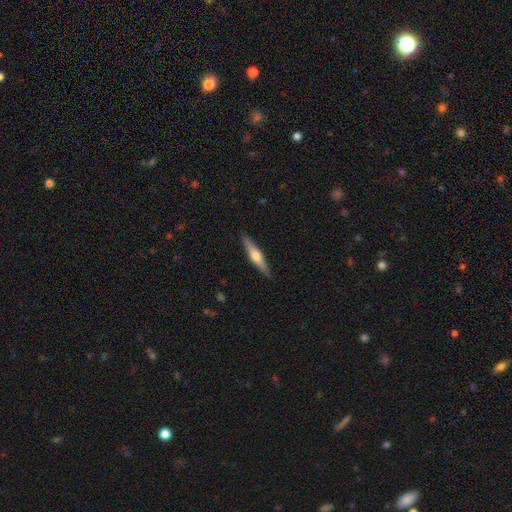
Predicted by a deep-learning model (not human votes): This is possibly a featured or disk galaxy (54%). It is clearly viewed edge-on (95%). Edge-on bulge: clearly rounded (87%). Merging: clearly none (90%).